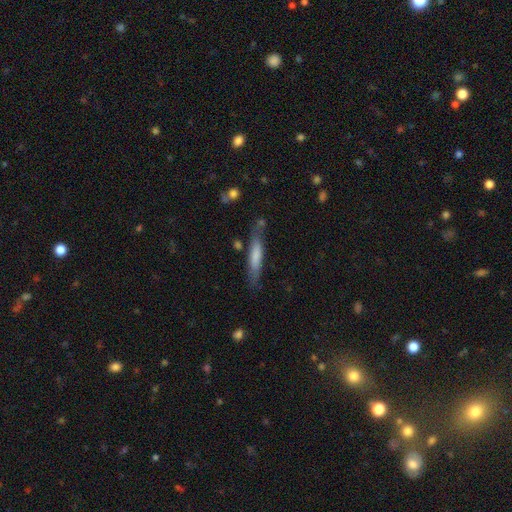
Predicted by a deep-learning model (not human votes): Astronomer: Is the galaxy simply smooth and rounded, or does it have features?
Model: smooth — 66%.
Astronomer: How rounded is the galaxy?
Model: cigar-shaped — 88%.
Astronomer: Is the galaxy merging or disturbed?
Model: none — 73%.